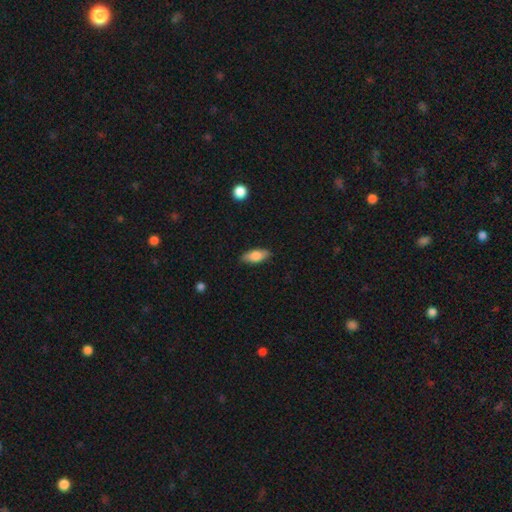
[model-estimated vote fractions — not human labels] smooth 79%, featured or disk 15%, star or artifact 6%. Down the decision tree: how rounded — in between (80%); merging — none (86%).